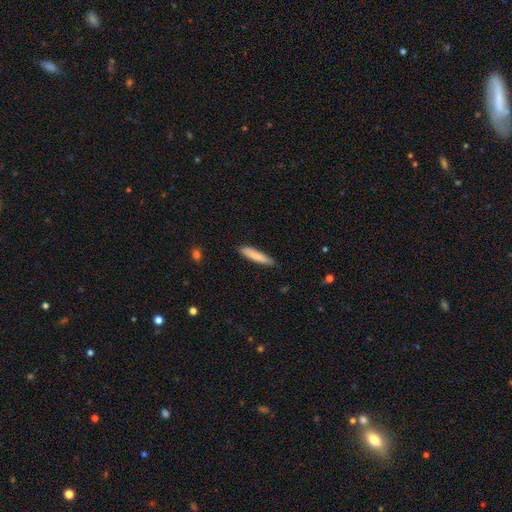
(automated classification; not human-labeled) This appears to be a smooth galaxy with no disk features (84%) that is cigar-shaped (87%). Merging: none (85%).